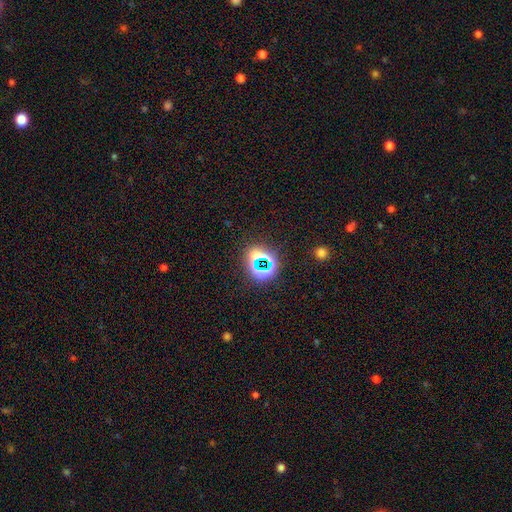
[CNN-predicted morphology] Smooth or featured?
  - star or artifact: 65% *
  - smooth: 26%
  - featured or disk: 10%